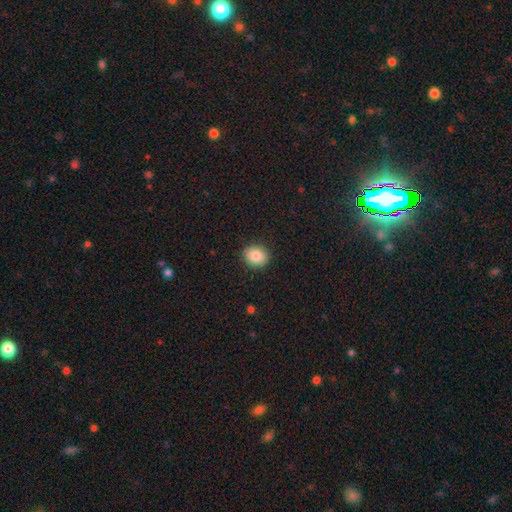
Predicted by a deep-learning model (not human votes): Morphology: type=smooth (87%); roundness=round (62%); merging=none (90%).